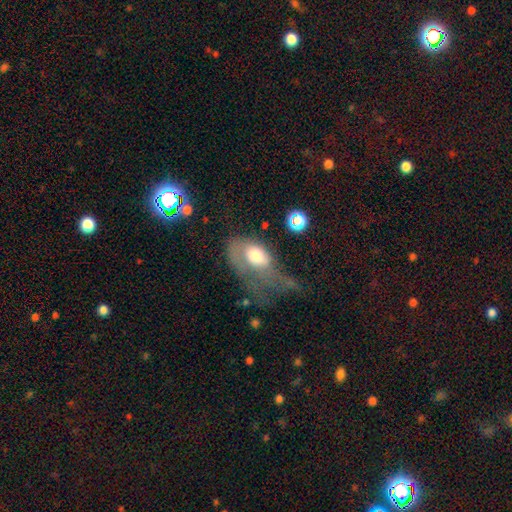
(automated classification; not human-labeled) This appears to be a smooth galaxy with no disk features (54%) that is in between round and cigar-shaped (85%). Merging: major disturbance (60%).